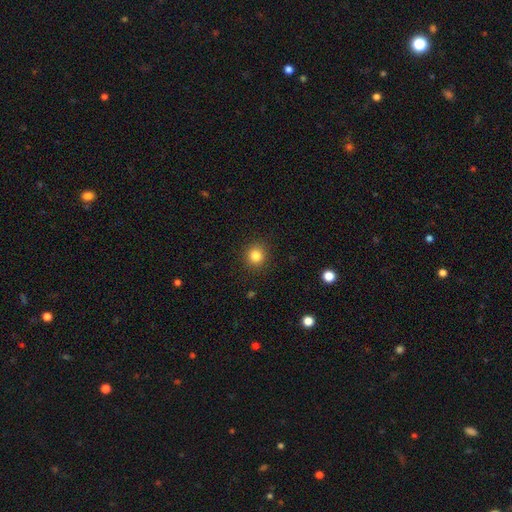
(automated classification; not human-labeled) smooth 84%, star or artifact 12%, featured or disk 5%. Down the decision tree: how rounded — round (92%); merging — none (91%).